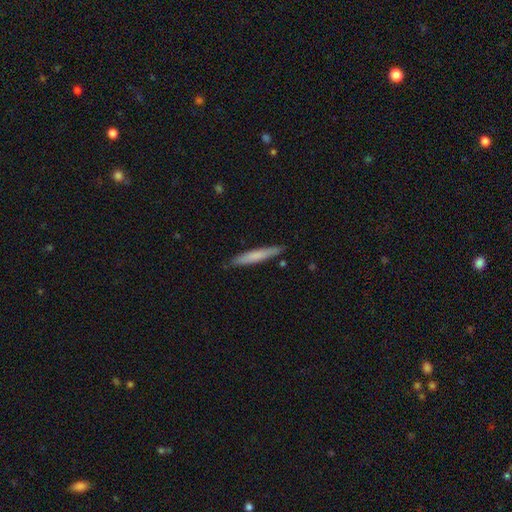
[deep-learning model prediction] Morphology: type=smooth (70%); roundness=cigar-shaped (94%); merging=none (87%).